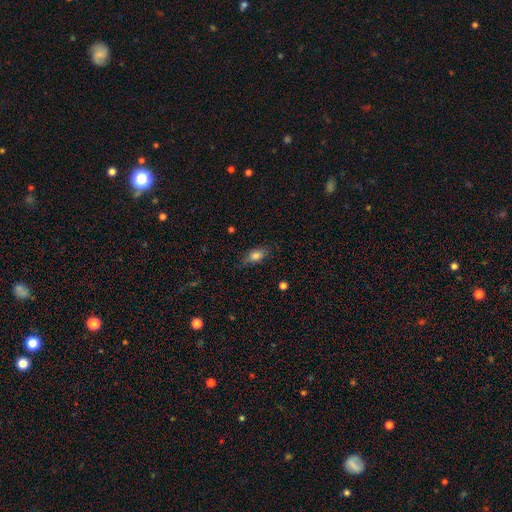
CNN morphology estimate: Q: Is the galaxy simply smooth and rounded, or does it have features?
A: smooth — 75%.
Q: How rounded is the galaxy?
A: in between — 81%.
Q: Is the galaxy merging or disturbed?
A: none — 73%.